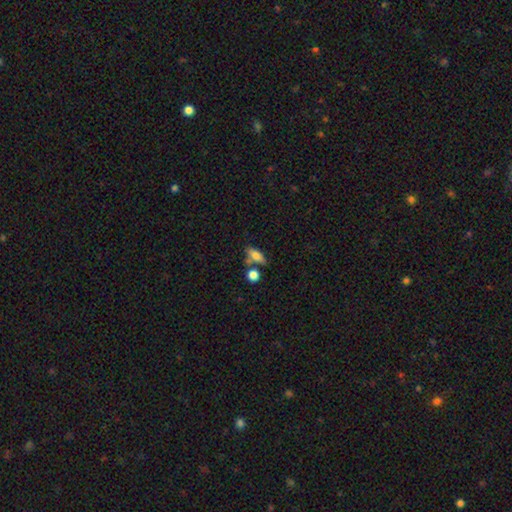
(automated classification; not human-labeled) This appears to be a smooth galaxy with no disk features (73%) that is in between round and cigar-shaped (72%). Merging: none (60%).